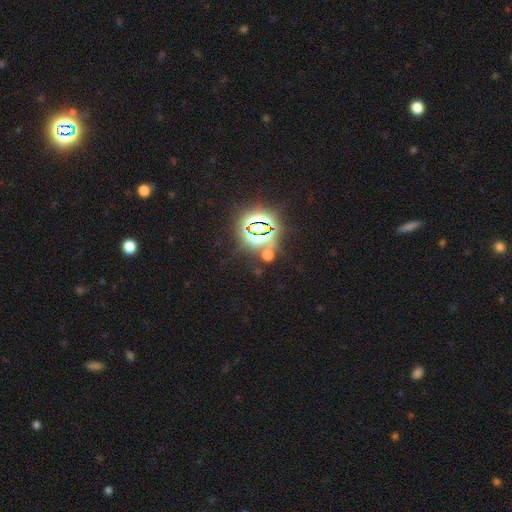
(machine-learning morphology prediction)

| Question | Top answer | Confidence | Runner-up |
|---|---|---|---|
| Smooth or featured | star or artifact | 81% | smooth (11%) |